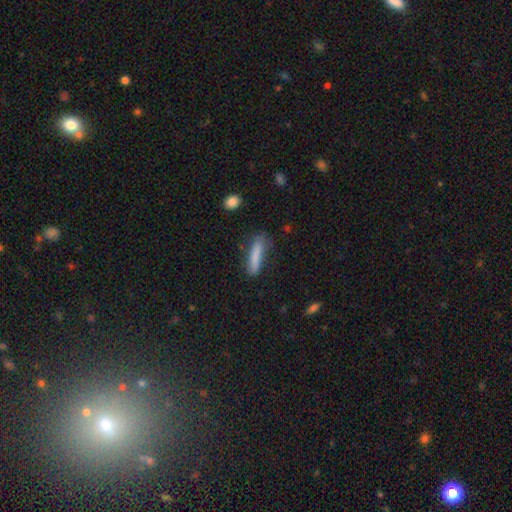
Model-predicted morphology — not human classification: Overall: smooth (82%). How rounded: cigar-shaped (83%). Merging: none (69%).